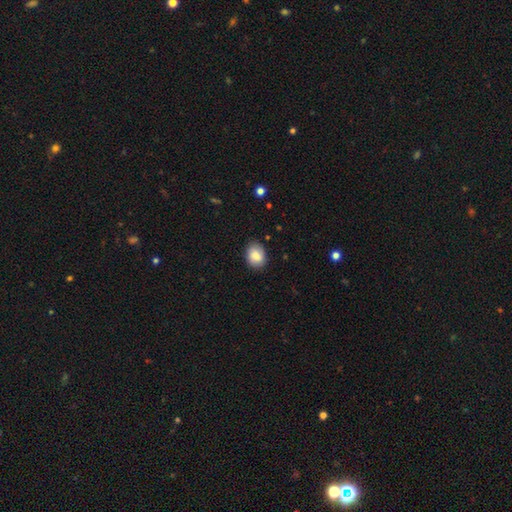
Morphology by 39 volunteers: This is clearly a smooth galaxy (82%). How rounded: likely in between (66%). Merging: likely none (74%).